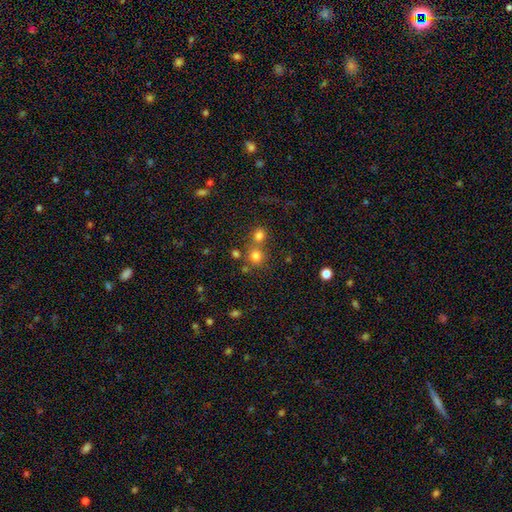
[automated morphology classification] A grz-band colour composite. It shows a smooth galaxy with no disk features (75%) that is round (85%). Merging: none (58%).